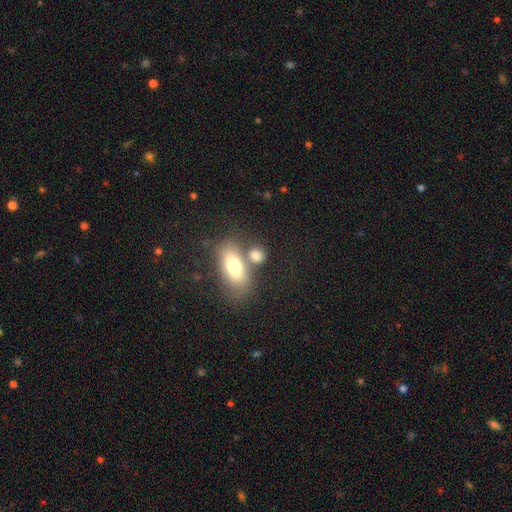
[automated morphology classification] smooth-or-featured: smooth: 75% | featured or disk: 16% | star or artifact: 9%
  how-rounded: in between: 66% | round: 29% | cigar-shaped: 5%
  merging: none: 48% | merger: 34% | minor disturbance: 12% | major disturbance: 6%